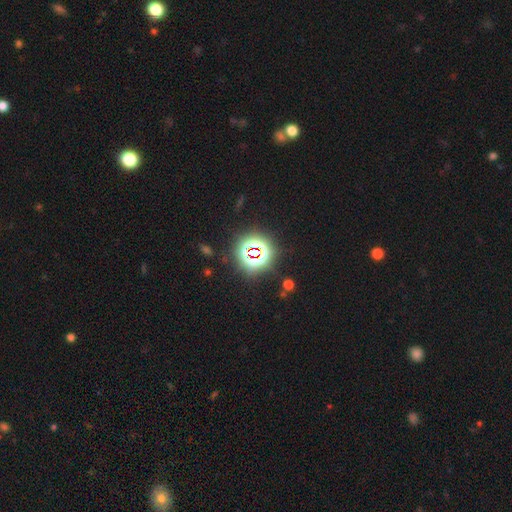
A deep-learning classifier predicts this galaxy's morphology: A star or artifact, not a galaxy (75%).